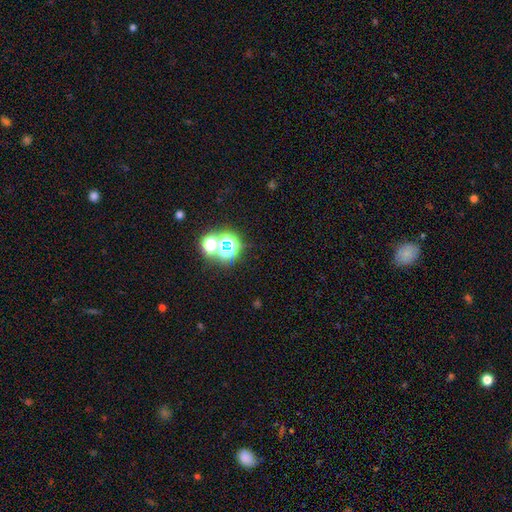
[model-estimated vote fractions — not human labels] A star or artifact, not a galaxy (66%).